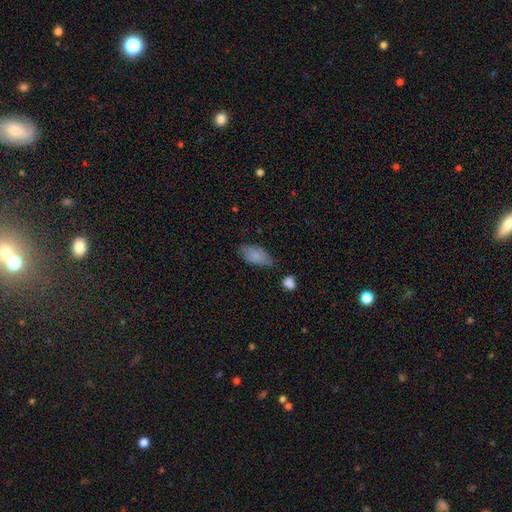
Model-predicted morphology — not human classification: smooth_or_featured: smooth (p=0.82) [alt: featured or disk p=0.11]
how_rounded: in between (p=0.92) [alt: cigar-shaped p=0.05]
merging: none (p=0.64) [alt: minor disturbance p=0.26]